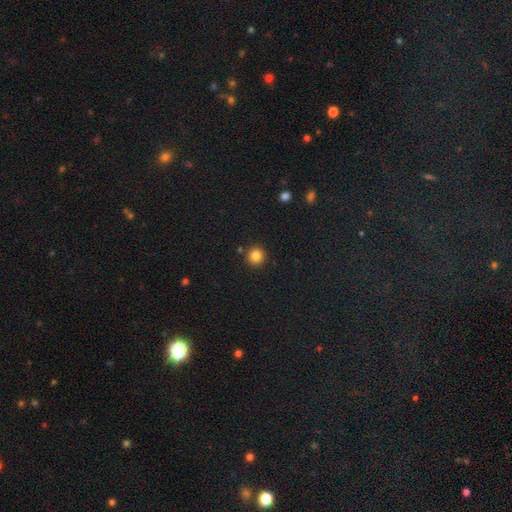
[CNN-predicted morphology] type=smooth (85%); roundness=round (94%); merging=none (89%).